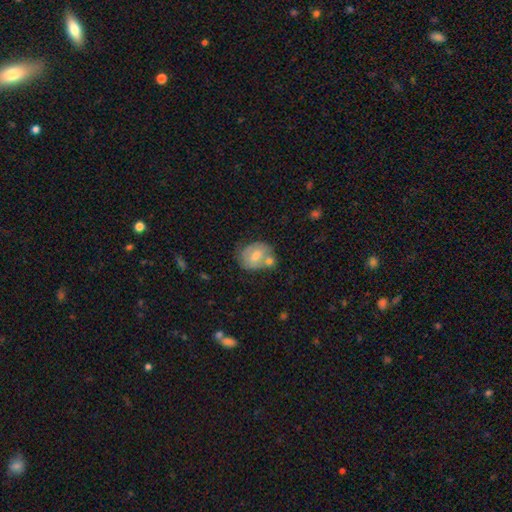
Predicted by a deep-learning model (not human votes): Morphology: type=smooth (50%); merging=none (49%).